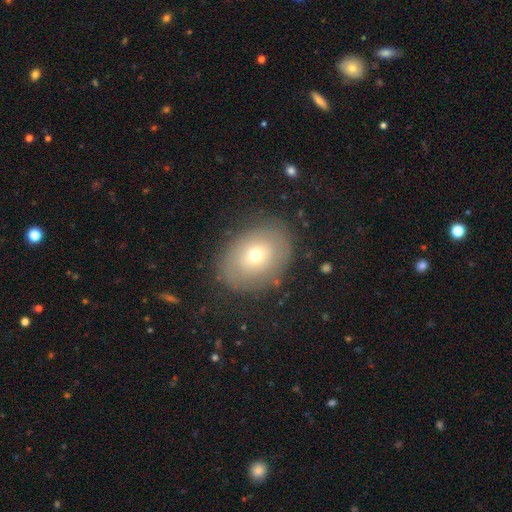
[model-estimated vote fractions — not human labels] A smooth galaxy with no disk features (63%) that is in between round and cigar-shaped (63%). Merging: none (81%).